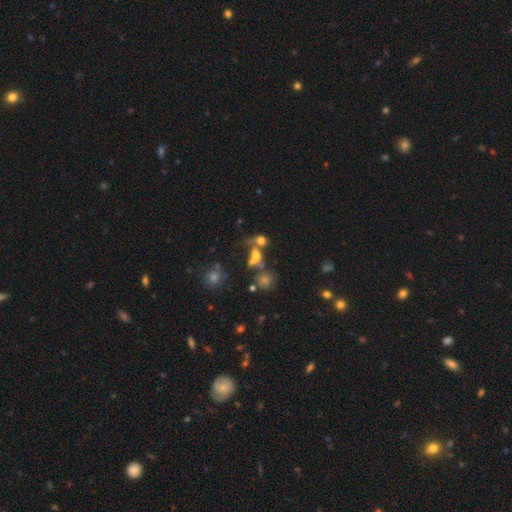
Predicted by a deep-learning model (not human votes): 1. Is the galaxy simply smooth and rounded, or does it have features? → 53% smooth, 26% featured or disk, 21% star or artifact.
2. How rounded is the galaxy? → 49% round, 47% in between, 4% cigar-shaped.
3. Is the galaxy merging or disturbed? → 53% merger, 25% none, 13% major disturbance, 10% minor disturbance.